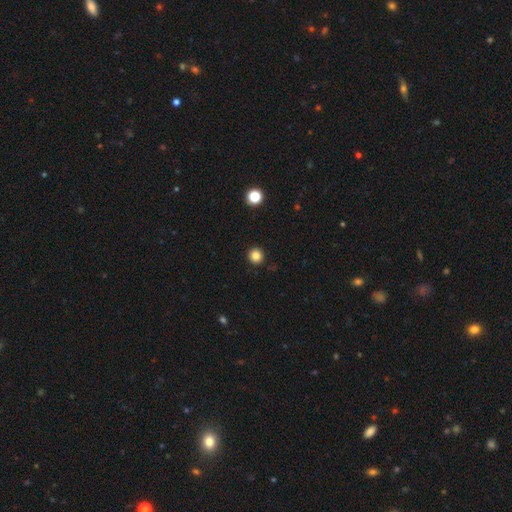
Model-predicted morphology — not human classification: A smooth galaxy with no disk features (84%) that is round (95%).

Vote fractions:
- Smooth or featured? smooth: 84% / star or artifact: 12% / featured or disk: 4%
- How rounded? round: 95% / in between: 4% / cigar-shaped: 1%
- Merging? none: 93% / minor disturbance: 4% / major disturbance: 1% / merger: 1%